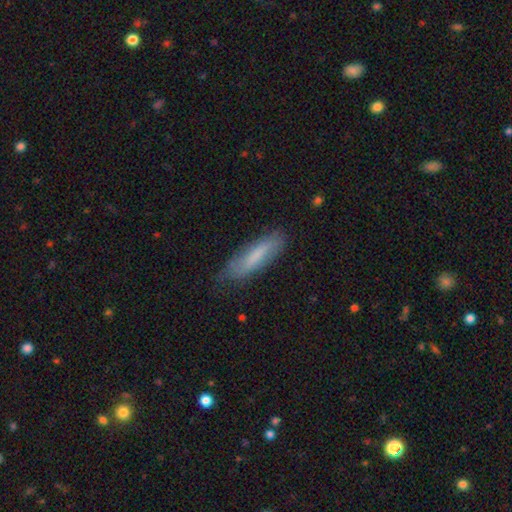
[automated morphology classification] The model was most divided on "how rounded": cigar-shaped: 69%, in between: 30%, round: 1%. More confident: merging — none (75%); smooth or featured — smooth (68%).